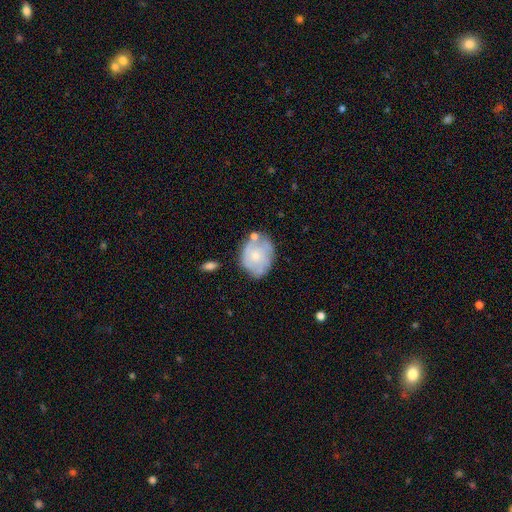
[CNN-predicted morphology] The model was most divided on "smooth or featured": featured or disk: 56%, smooth: 37%, star or artifact: 6%. More confident: edge-on disk — no (97%); bar — no (82%); spiral arms — yes (68%); merging — none (60%); bulge size — small (60%).